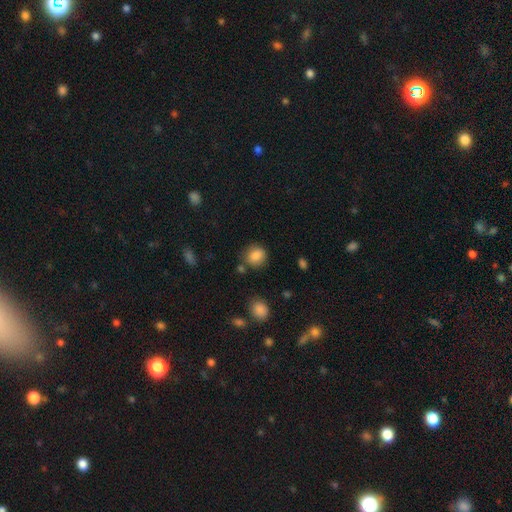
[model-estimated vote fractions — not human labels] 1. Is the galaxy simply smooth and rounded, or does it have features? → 85% smooth, 9% star or artifact, 6% featured or disk.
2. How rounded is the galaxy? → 76% round, 23% in between, 1% cigar-shaped.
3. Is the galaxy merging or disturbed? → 75% none, 16% minor disturbance, 5% merger, 5% major disturbance.